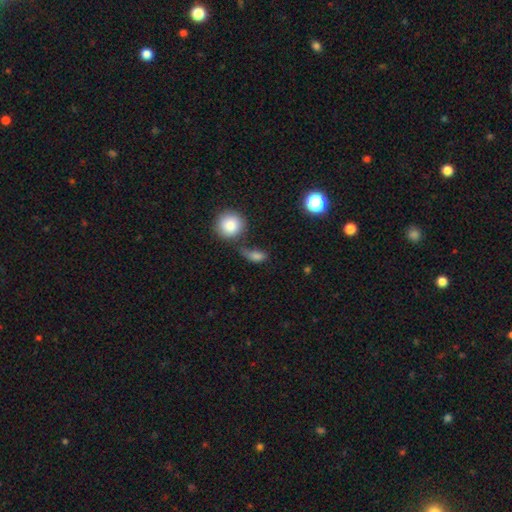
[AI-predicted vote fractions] A smooth galaxy with no disk features (75%) that is in between round and cigar-shaped (68%).

Vote fractions:
- Smooth or featured? smooth: 75% / star or artifact: 15% / featured or disk: 10%
- How rounded? in between: 68% / round: 25% / cigar-shaped: 8%
- Merging? none: 40% / merger: 22% / minor disturbance: 20% / major disturbance: 18%